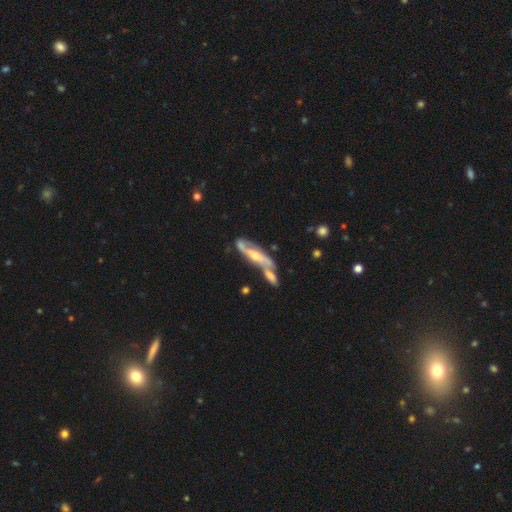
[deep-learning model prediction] This is likely a featured or disk galaxy (76%). It is possibly not viewed edge-on (56%). Merging: marginally none (41%).